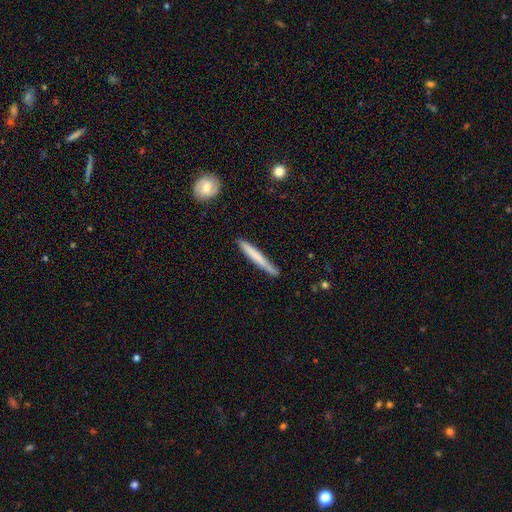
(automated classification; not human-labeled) A smooth galaxy with no disk features (63%) that is cigar-shaped (97%). Merging: none (86%).